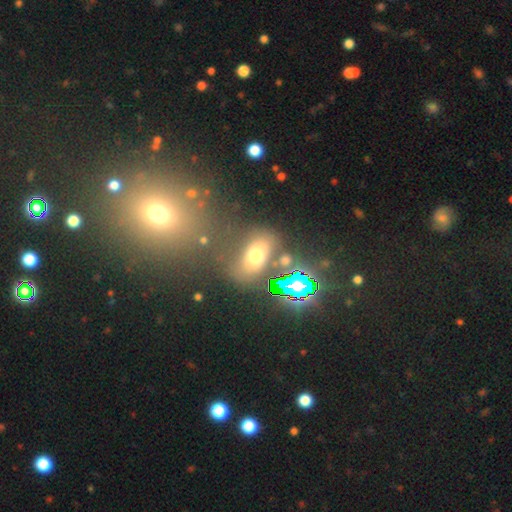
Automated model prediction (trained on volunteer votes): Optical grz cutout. It shows a smooth galaxy with no disk features (58%) that is in between round and cigar-shaped (77%). Merging: none (66%).